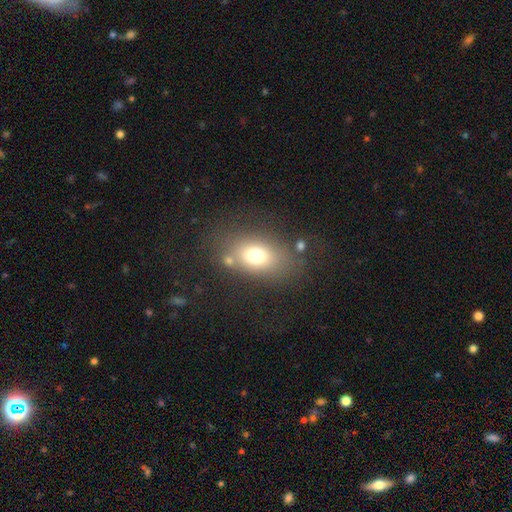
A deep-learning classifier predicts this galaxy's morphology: smooth_or_featured: smooth (p=0.73) [alt: featured or disk p=0.15]
how_rounded: in between (p=0.76) [alt: round p=0.22]
merging: none (p=0.69) [alt: minor disturbance p=0.15]